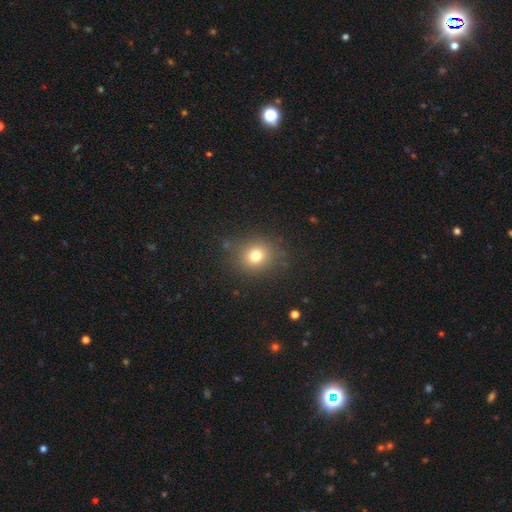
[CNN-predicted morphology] A smooth galaxy with no disk features (75%) that is round (81%).

Vote fractions:
- Smooth or featured? smooth: 75% / star or artifact: 16% / featured or disk: 9%
- How rounded? round: 81% / in between: 18% / cigar-shaped: 1%
- Merging? none: 85% / minor disturbance: 9% / major disturbance: 4% / merger: 2%